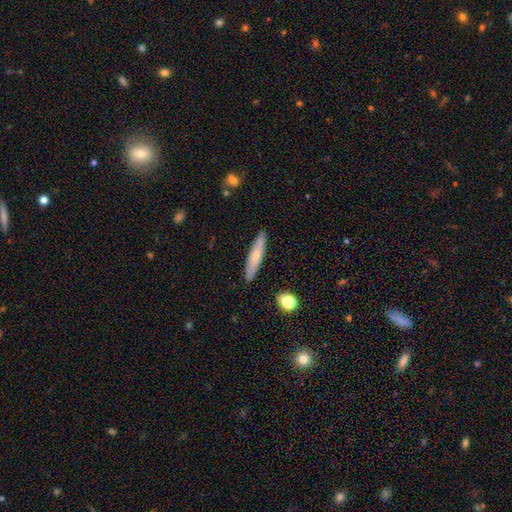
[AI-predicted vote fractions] This appears to be a smooth galaxy with no disk features (66%) that is cigar-shaped (84%). Merging: none (88%).